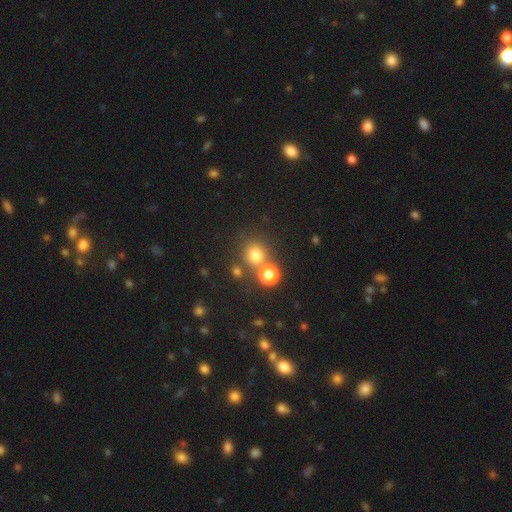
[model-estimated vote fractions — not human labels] A smooth galaxy with no disk features (74%) that is round (88%). Merging: none (67%).